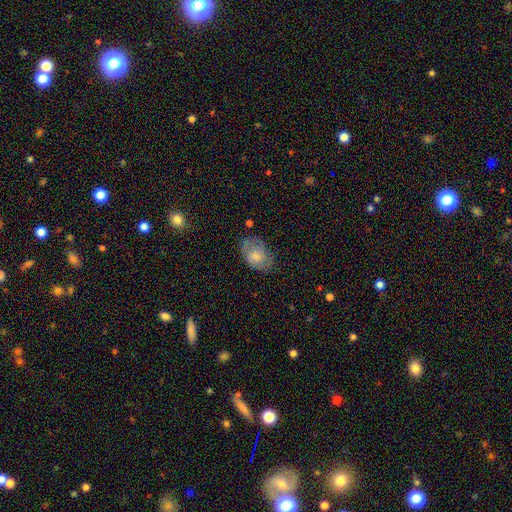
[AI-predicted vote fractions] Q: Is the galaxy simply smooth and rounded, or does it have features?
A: smooth — 67%.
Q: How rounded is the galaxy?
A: in between — 80%.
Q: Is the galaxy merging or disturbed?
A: none — 55%.